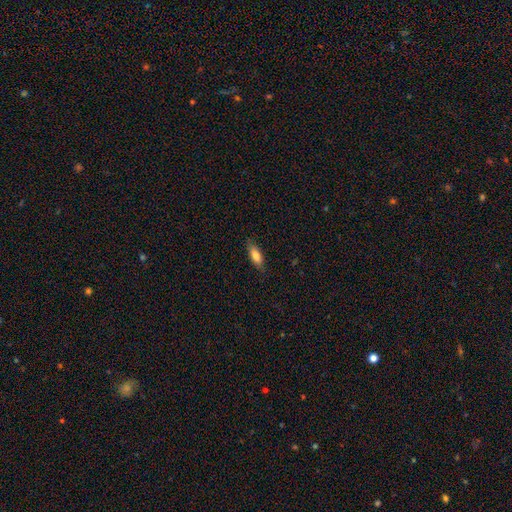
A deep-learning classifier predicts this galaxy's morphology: A smooth galaxy with no disk features (80%) that is in between round and cigar-shaped (68%).

Vote fractions:
- Smooth or featured? smooth: 80% / featured or disk: 13% / star or artifact: 7%
- How rounded? in between: 68% / cigar-shaped: 29% / round: 2%
- Merging? none: 82% / minor disturbance: 14% / major disturbance: 3% / merger: 1%